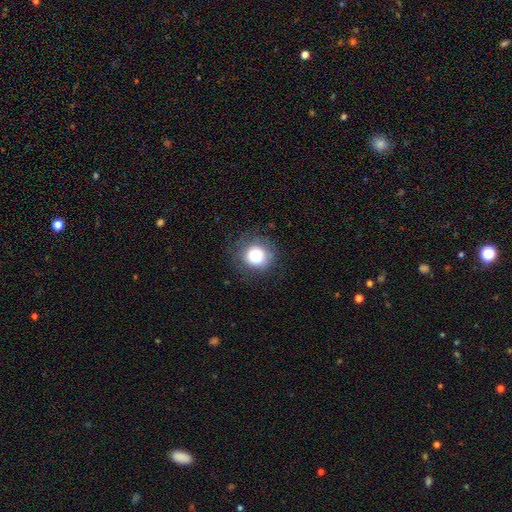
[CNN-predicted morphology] The model was most divided on "merging": none: 75%, minor disturbance: 15%, major disturbance: 8%, merger: 1%. More confident: how rounded — round (89%); smooth or featured — smooth (80%).